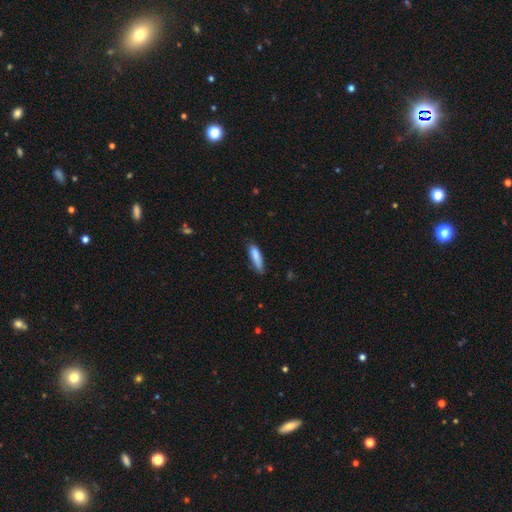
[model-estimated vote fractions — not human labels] smooth-or-featured: smooth: 85% | featured or disk: 9% | star or artifact: 7%
  how-rounded: cigar-shaped: 67% | in between: 32% | round: 1%
  merging: none: 65% | minor disturbance: 28% | major disturbance: 5% | merger: 2%